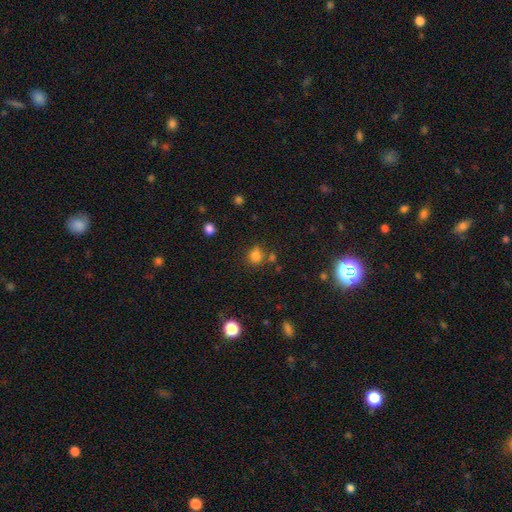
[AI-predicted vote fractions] This is likely a smooth galaxy (79%). How rounded: clearly round (82%). Merging: likely none (70%).